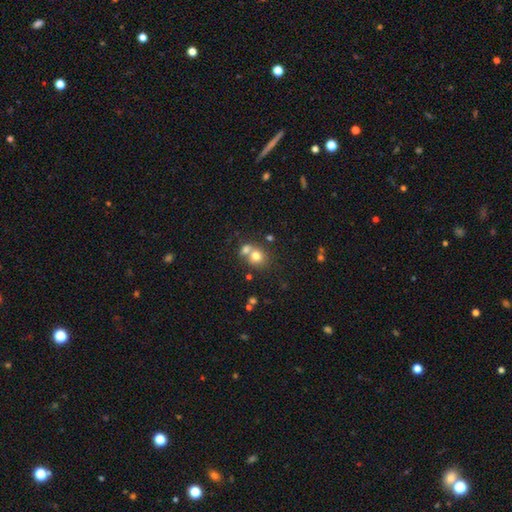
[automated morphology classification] The model was most divided on "merging": merger: 50%, none: 39%, minor disturbance: 8%, major disturbance: 3%. More confident: how rounded — round (75%); smooth or featured — smooth (73%).